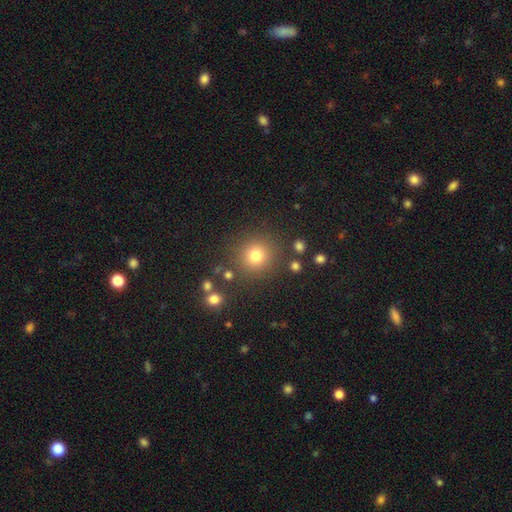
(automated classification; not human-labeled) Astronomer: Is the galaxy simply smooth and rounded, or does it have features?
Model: smooth — 77%.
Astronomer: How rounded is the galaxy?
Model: round — 93%.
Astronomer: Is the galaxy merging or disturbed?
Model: none — 85%.